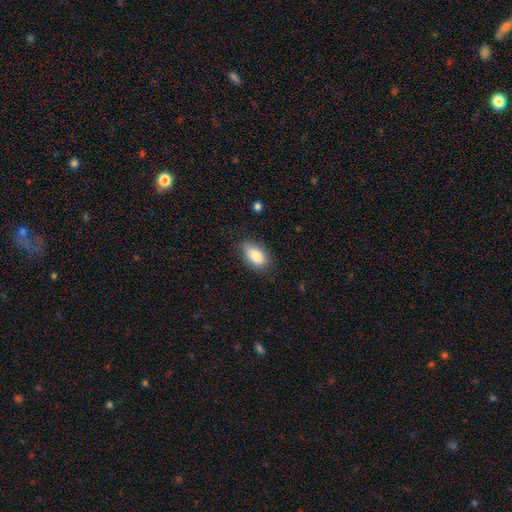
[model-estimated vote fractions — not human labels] Overall: smooth (86%). How rounded: in between (91%). Merging: none (76%).